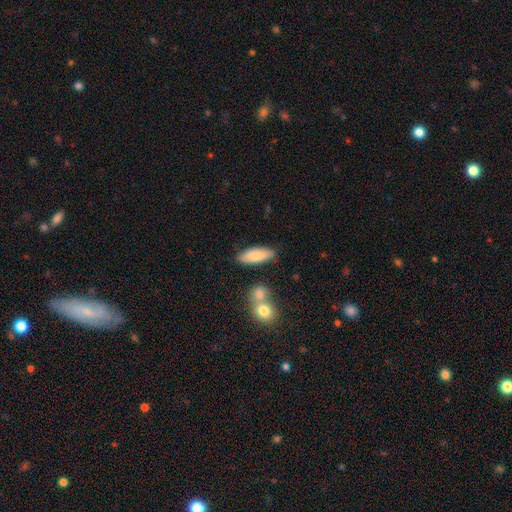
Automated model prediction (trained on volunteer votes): Smooth or featured?
  - smooth: 78% *
  - featured or disk: 16%
  - star or artifact: 6%
How rounded?
  - in between: 69% *
  - cigar-shaped: 29%
  - round: 2%
Merging?
  - none: 77% *
  - minor disturbance: 13%
  - merger: 8%
  - major disturbance: 3%